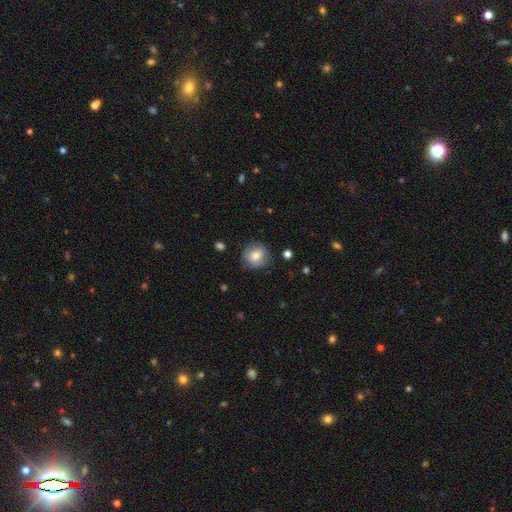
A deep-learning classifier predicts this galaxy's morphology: smooth-or-featured: smooth: 71% | featured or disk: 21% | star or artifact: 9%
  how-rounded: round: 82% | in between: 17% | cigar-shaped: 1%
  merging: none: 74% | minor disturbance: 20% | major disturbance: 5% | merger: 1%